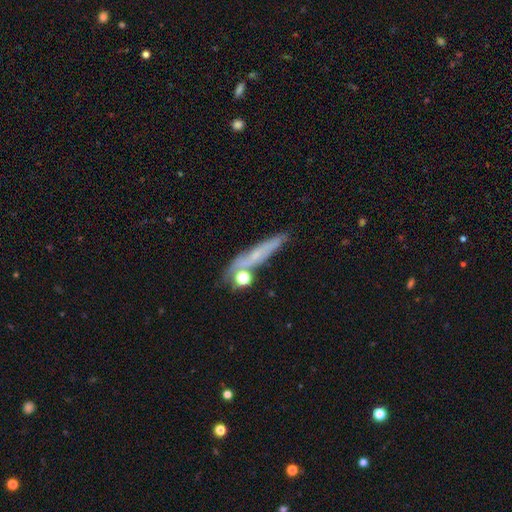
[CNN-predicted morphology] Smooth or featured? Predicted: smooth (p=0.45). Merging? Predicted: none (p=0.66).